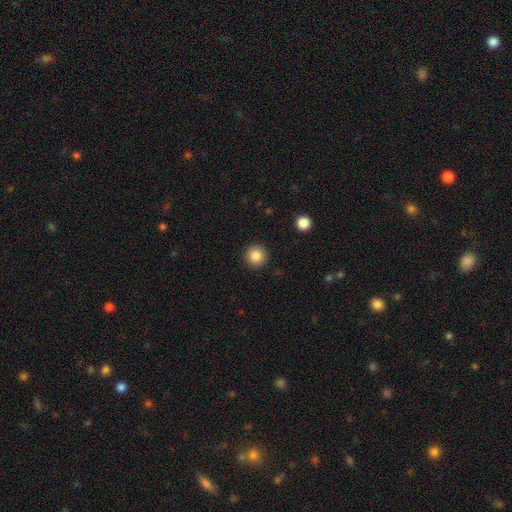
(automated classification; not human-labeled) Smooth or featured: smooth — 86% (star or artifact — 10%)
How rounded: round — 95% (in between — 4%)
Merging: none — 92% (minor disturbance — 5%)